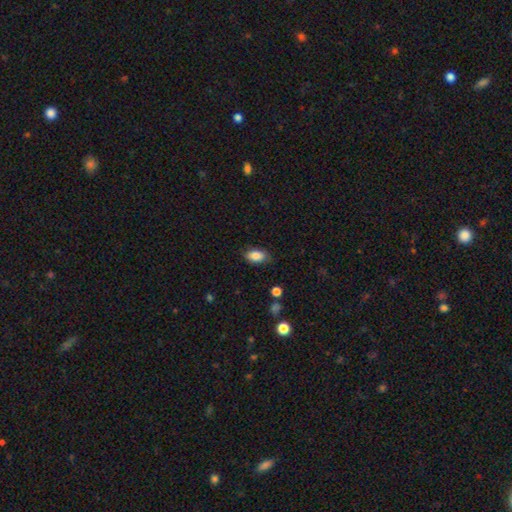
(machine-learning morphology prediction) The model was most divided on "merging": none: 79%, minor disturbance: 17%, major disturbance: 3%, merger: 1%. More confident: how rounded — in between (91%); smooth or featured — smooth (86%).